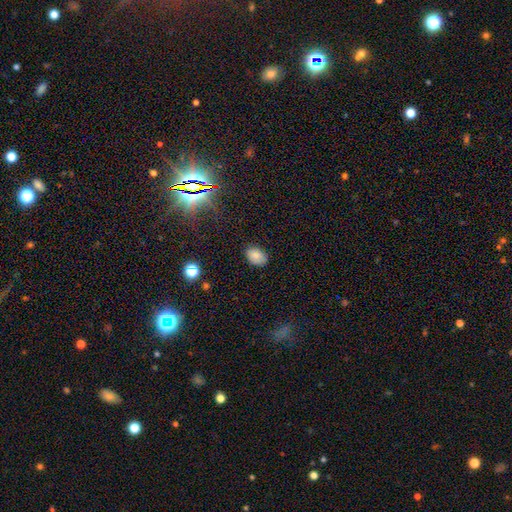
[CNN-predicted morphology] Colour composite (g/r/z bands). It shows a smooth galaxy with no disk features (82%) that is in between round and cigar-shaped (81%). Merging: none (82%).